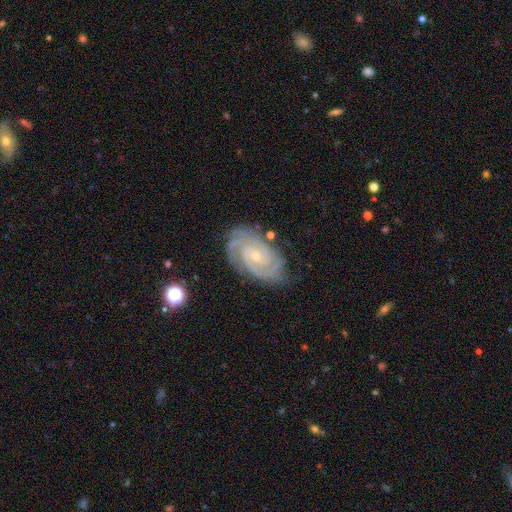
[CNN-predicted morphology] Smooth or featured: featured or disk — 91% (star or artifact — 5%)
Edge-on disk: no — 97% (yes — 3%)
Bar: no — 60% (weak — 31%)
Spiral arms: yes — 99% (no — 1%)
Spiral winding: tight — 77% (medium — 21%)
Spiral arm count: 2 — 50% (3 — 25%)
Bulge size: small — 74% (moderate — 22%)
Merging: none — 79% (minor disturbance — 16%)